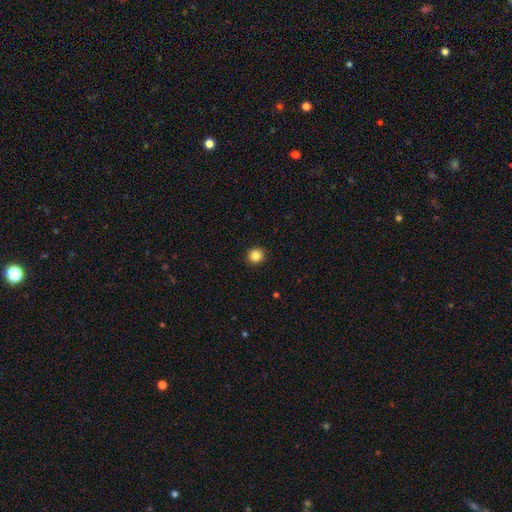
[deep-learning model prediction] Smooth or featured? Predicted: smooth (p=0.85). How rounded? Predicted: round (p=0.91). Merging? Predicted: none (p=0.92).